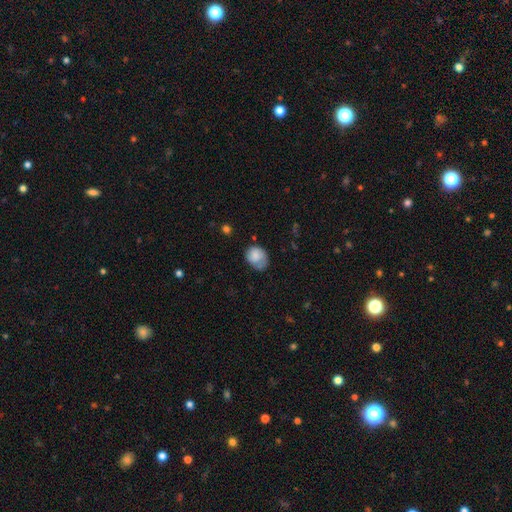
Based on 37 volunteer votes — This is clearly a smooth galaxy (86%). How rounded: possibly round (50%, tied with in between). Merging: marginally minor disturbance (36%).